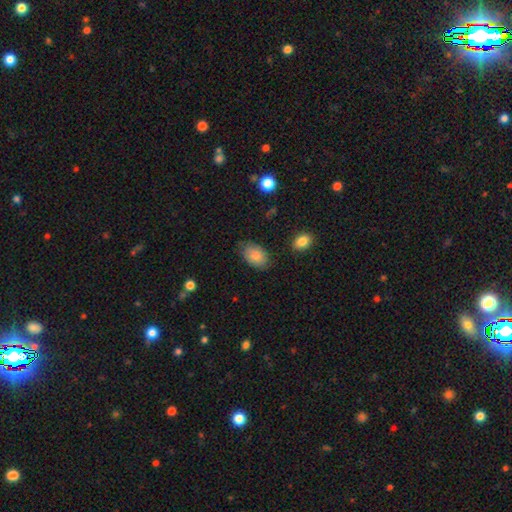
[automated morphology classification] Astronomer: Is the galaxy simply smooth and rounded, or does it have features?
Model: smooth — 82%.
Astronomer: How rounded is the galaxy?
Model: in between — 87%.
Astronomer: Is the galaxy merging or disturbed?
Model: none — 76%.